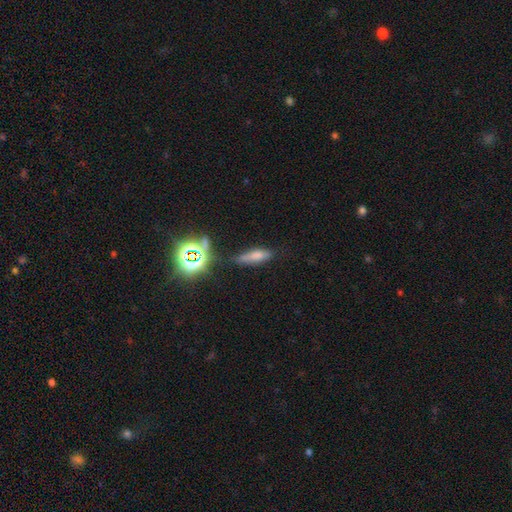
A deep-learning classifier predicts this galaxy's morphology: Smooth or featured? smooth (64%)
How rounded? cigar-shaped (54%)
Merging? none (58%)